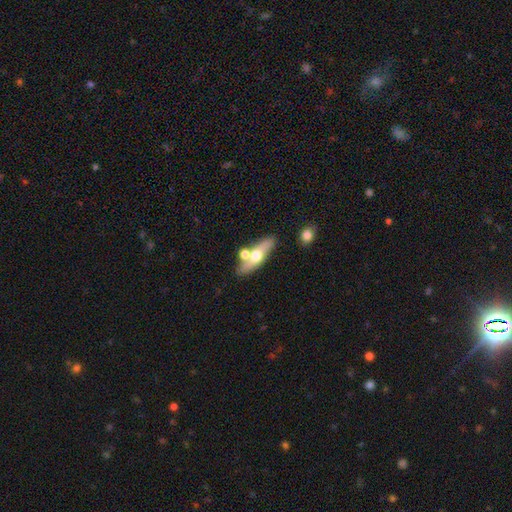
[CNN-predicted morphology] smooth-or-featured: smooth: 47% (tied) | featured or disk: 47% (tied) | star or artifact: 6%
  merging: none: 66% | merger: 18% | minor disturbance: 12% | major disturbance: 4%